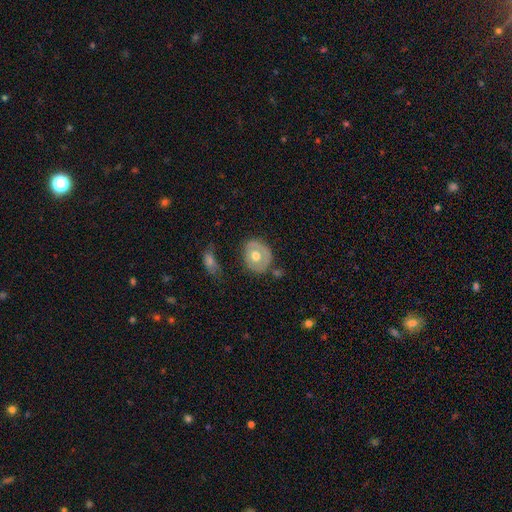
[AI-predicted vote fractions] A smooth galaxy with no disk features (55%) that is round (68%).

Vote fractions:
- Smooth or featured? smooth: 55% / featured or disk: 39% / star or artifact: 6%
- How rounded? round: 68% / in between: 31% / cigar-shaped: 1%
- Merging? none: 64% / minor disturbance: 21% / major disturbance: 8% / merger: 7%